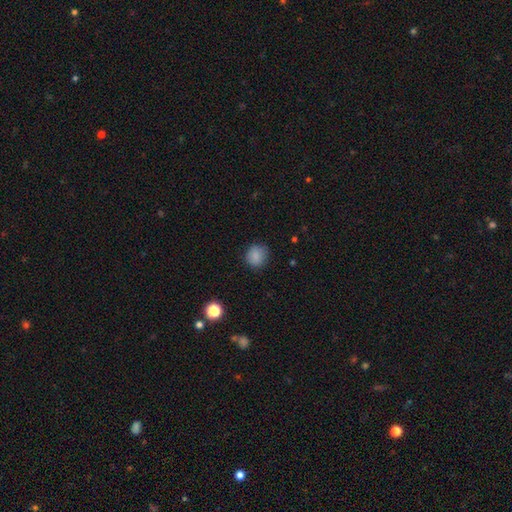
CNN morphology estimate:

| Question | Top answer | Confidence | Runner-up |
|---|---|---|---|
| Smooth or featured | smooth | 85% | star or artifact (10%) |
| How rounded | round | 85% | in between (14%) |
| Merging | none | 83% | minor disturbance (13%) |